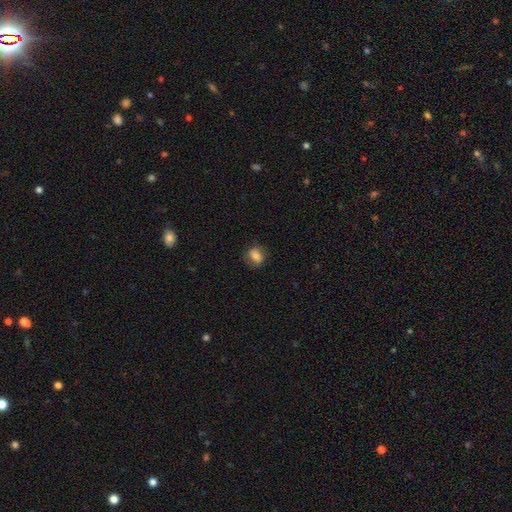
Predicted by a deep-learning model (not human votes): Smooth or featured?
  - smooth: 80% *
  - featured or disk: 11%
  - star or artifact: 9%
How rounded?
  - in between: 68% *
  - round: 29%
  - cigar-shaped: 3%
Merging?
  - none: 76% *
  - minor disturbance: 17%
  - major disturbance: 6%
  - merger: 1%